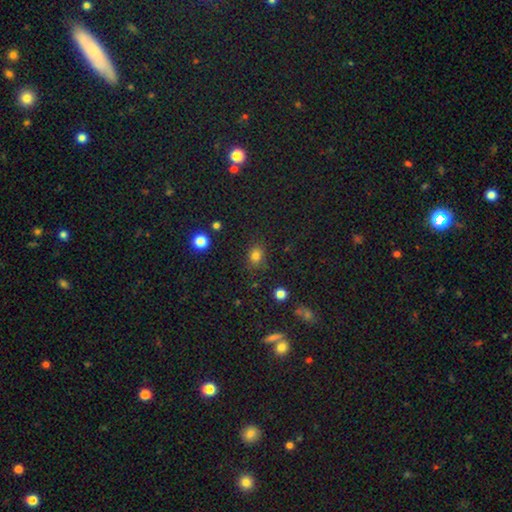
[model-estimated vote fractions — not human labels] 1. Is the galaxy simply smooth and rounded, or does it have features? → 79% smooth, 15% star or artifact, 6% featured or disk.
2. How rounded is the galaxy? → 54% round, 45% in between, 1% cigar-shaped.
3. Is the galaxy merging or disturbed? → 81% none, 13% minor disturbance, 4% major disturbance, 2% merger.